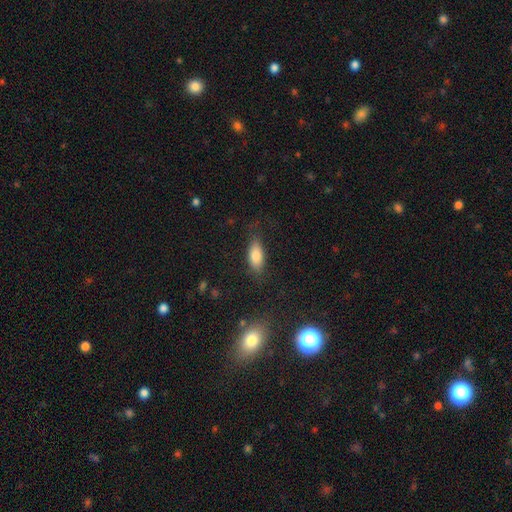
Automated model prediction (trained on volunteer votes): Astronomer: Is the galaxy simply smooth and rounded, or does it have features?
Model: smooth — 80%.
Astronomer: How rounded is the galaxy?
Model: in between — 82%.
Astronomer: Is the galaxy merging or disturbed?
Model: none — 76%.